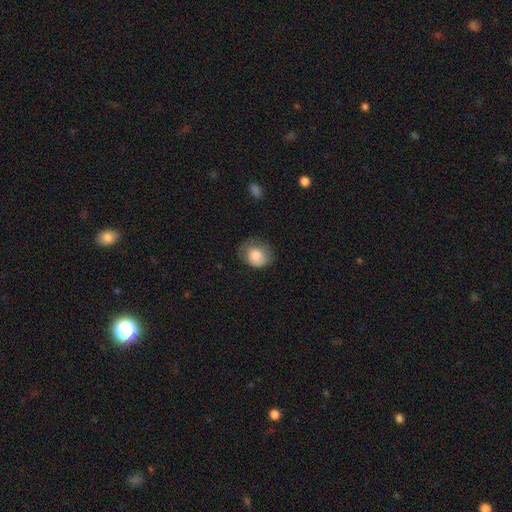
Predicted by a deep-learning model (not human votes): A smooth galaxy with no disk features (79%) that is round (69%). Merging: none (59%).